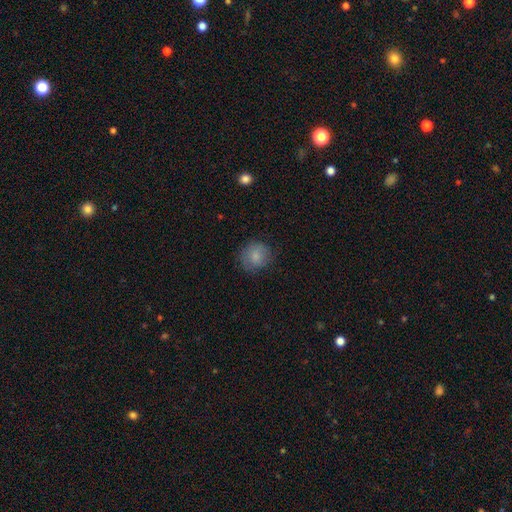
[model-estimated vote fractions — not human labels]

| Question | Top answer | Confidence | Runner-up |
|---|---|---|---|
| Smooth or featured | smooth | 83% | featured or disk (9%) |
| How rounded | round | 85% | in between (15%) |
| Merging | none | 78% | minor disturbance (16%) |